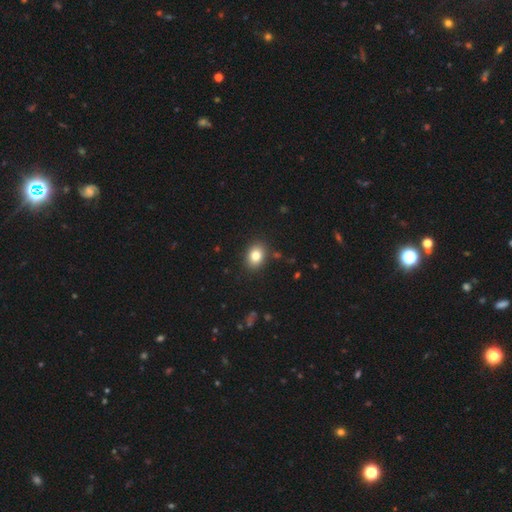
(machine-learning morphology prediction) Overall: smooth (81%). How rounded: in between (62%; round 37%). Merging: none (88%).